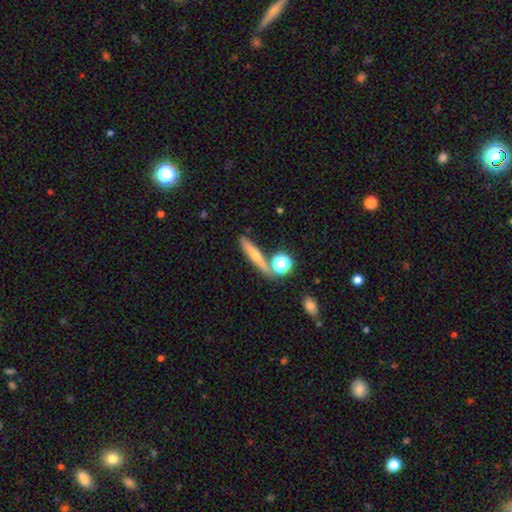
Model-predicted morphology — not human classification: Smooth or featured? Predicted: featured or disk (p=0.46). Merging? Predicted: none (p=0.76).